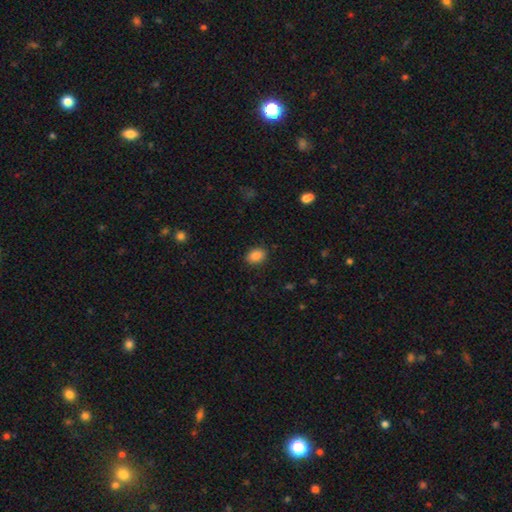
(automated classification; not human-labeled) This is clearly a smooth galaxy (86%). How rounded: likely in between (69%). Merging: clearly none (89%).